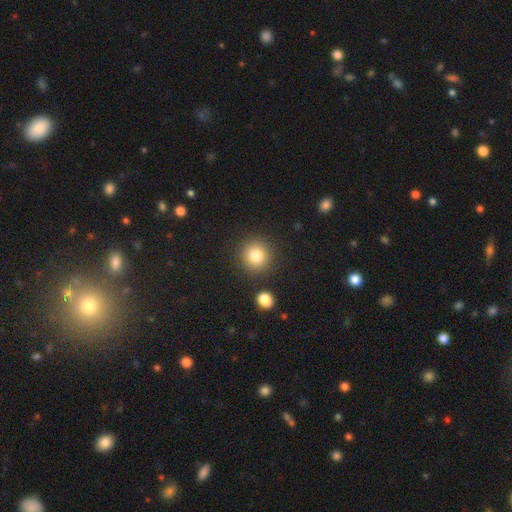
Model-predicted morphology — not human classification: Smooth or featured: smooth — 82% (star or artifact — 11%)
How rounded: round — 92% (in between — 7%)
Merging: none — 86% (minor disturbance — 7%)